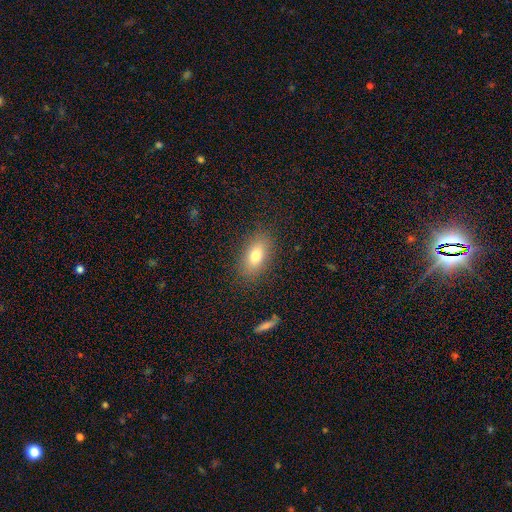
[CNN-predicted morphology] smooth-or-featured: smooth: 77% | featured or disk: 14% | star or artifact: 9%
  how-rounded: in between: 85% | cigar-shaped: 8% | round: 7%
  merging: none: 85% | minor disturbance: 10% | major disturbance: 3% | merger: 1%